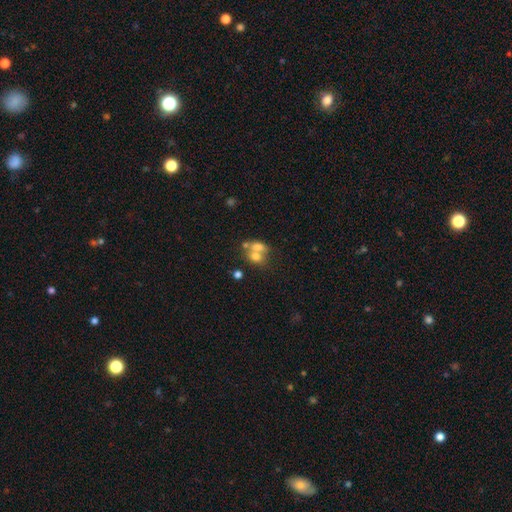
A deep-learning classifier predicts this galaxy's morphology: Q: Smooth or featured?
A: smooth (66%); runner-up: featured or disk (23%)
Q: How rounded?
A: in between (60%); runner-up: round (38%)
Q: Merging?
A: merger (62%); runner-up: none (25%)